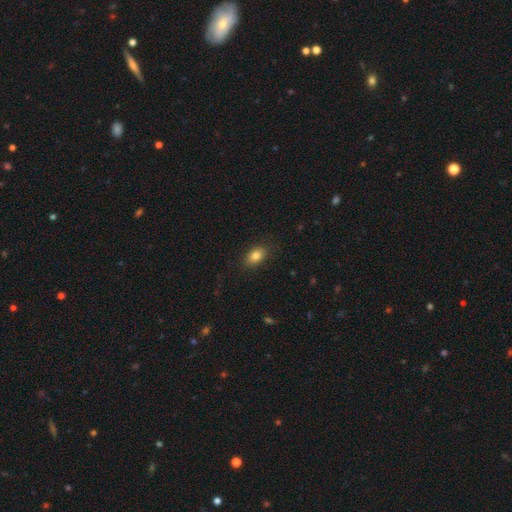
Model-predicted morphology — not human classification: This is clearly a smooth galaxy (83%). How rounded: clearly in between (84%). Merging: clearly none (86%).